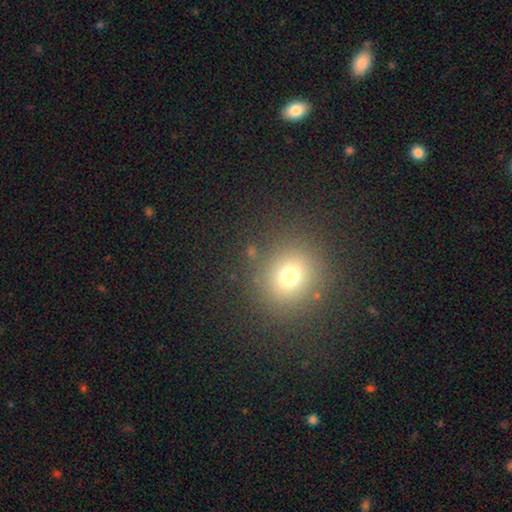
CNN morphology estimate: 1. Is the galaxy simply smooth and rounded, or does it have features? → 71% smooth, 20% star or artifact, 9% featured or disk.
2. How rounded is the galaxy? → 85% round, 14% in between, 1% cigar-shaped.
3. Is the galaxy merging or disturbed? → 87% none, 7% minor disturbance, 3% major disturbance, 2% merger.